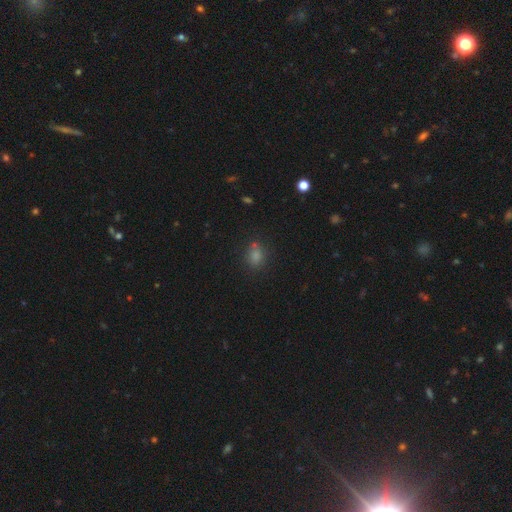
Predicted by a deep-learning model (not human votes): smooth 72%, star or artifact 21%, featured or disk 7%. Down the decision tree: how rounded — round (52%); merging — none (73%).